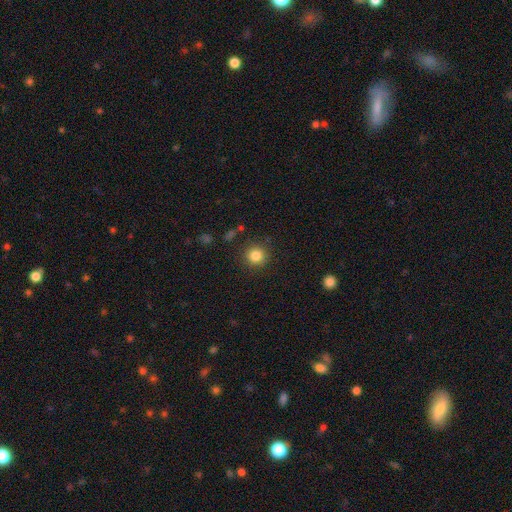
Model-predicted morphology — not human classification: smooth_or_featured: smooth (p=0.83) [alt: star or artifact p=0.11]
how_rounded: round (p=0.93) [alt: in between p=0.06]
merging: none (p=0.88) [alt: minor disturbance p=0.07]